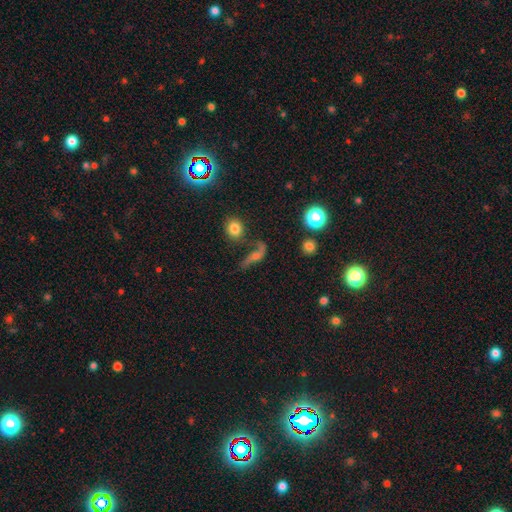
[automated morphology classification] Smooth or featured: featured or disk — 58% (smooth — 24%)
Edge-on disk: no — 78% (yes — 22%)
Merging: none — 49% (major disturbance — 21%)